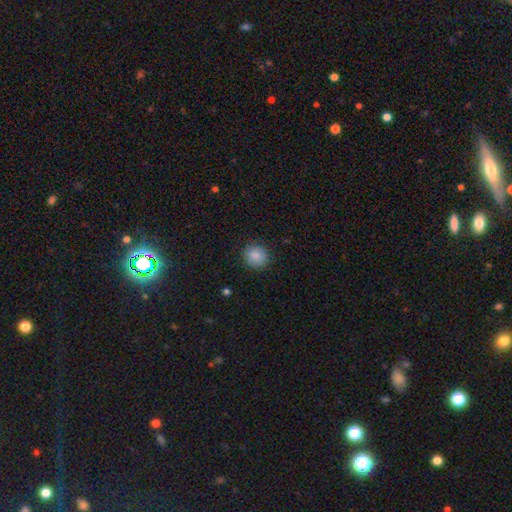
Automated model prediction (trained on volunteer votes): Smooth or featured? Predicted: smooth (p=0.87). How rounded? Predicted: round (p=0.85). Merging? Predicted: none (p=0.88).